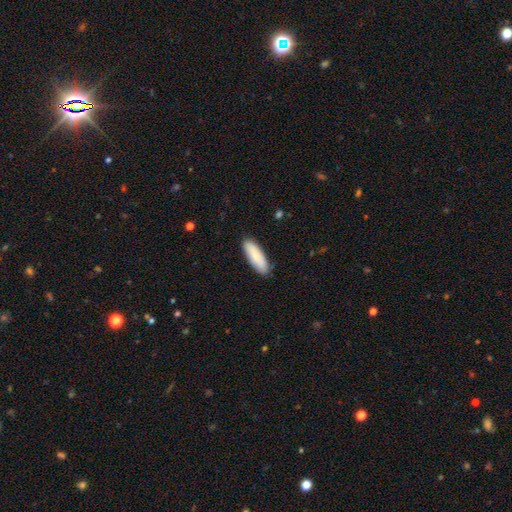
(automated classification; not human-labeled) Overall: smooth (84%). How rounded: in between (58%; cigar-shaped 40%). Merging: none (86%).